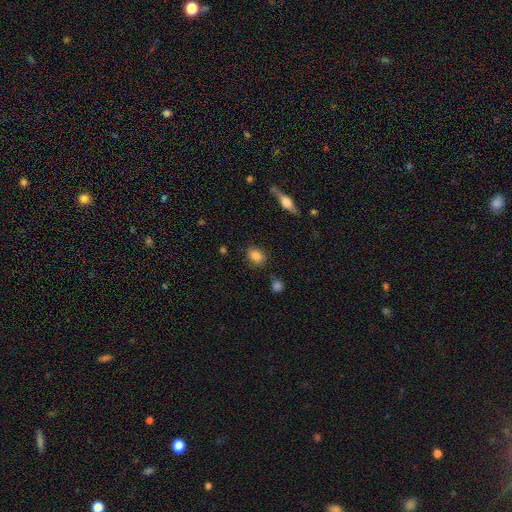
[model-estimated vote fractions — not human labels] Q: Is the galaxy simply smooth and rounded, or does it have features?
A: smooth — 83%.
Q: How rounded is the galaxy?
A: in between — 57%.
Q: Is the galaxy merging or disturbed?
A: none — 80%.